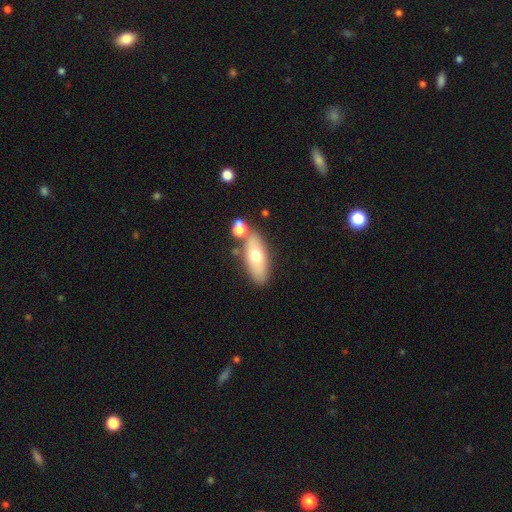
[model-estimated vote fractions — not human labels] Morphology: type=smooth (63%); roundness=in between (74%); merging=none (67%).